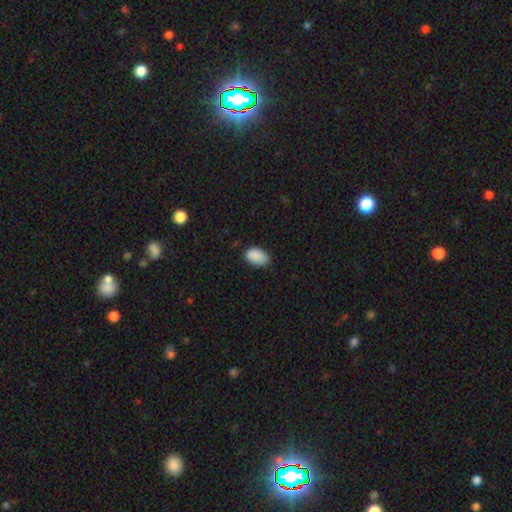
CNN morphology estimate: type=smooth (88%); roundness=in between (89%); merging=none (68%).